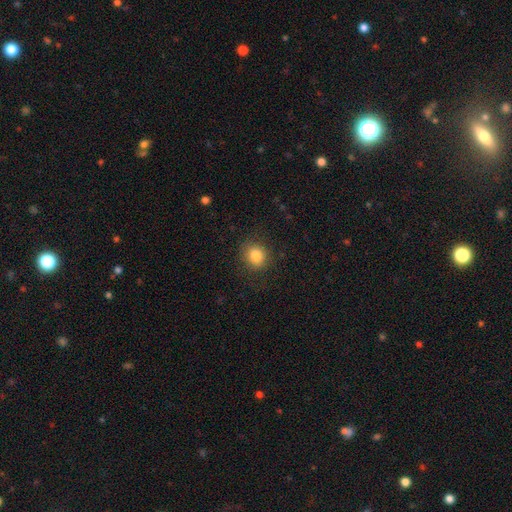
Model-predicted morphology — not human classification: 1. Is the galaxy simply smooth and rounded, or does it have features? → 83% smooth, 10% star or artifact, 7% featured or disk.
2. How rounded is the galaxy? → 79% round, 20% in between, 1% cigar-shaped.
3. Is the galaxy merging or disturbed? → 85% none, 10% minor disturbance, 4% major disturbance, 1% merger.